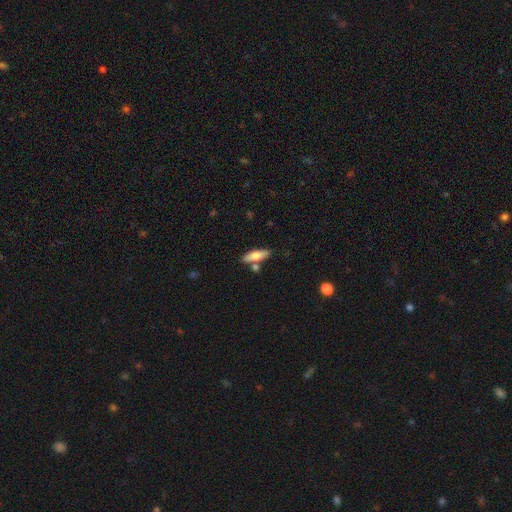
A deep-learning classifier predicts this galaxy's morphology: smooth 68%, featured or disk 26%, star or artifact 6%. Down the decision tree: how rounded — cigar-shaped (50%); merging — none (76%).